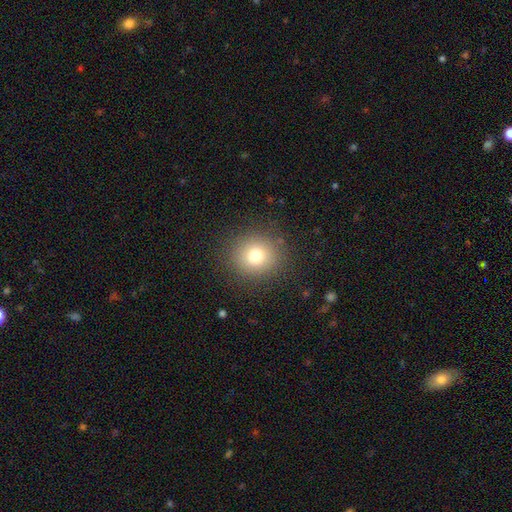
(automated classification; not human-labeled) Smooth or featured: smooth — 77% (star or artifact — 14%)
How rounded: round — 89% (in between — 10%)
Merging: none — 88% (minor disturbance — 7%)